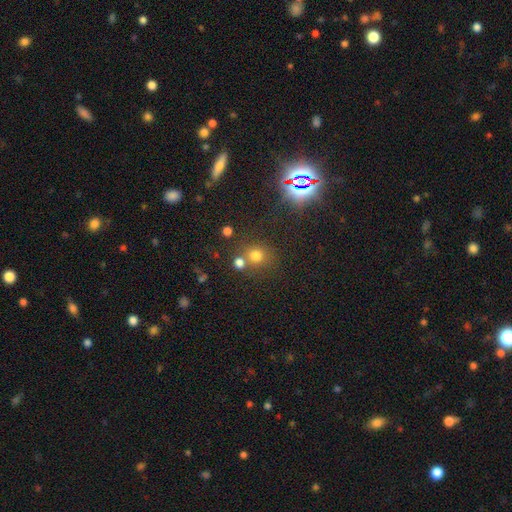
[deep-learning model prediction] Q: Smooth or featured?
A: smooth (71%); runner-up: star or artifact (21%)
Q: How rounded?
A: round (84%); runner-up: in between (15%)
Q: Merging?
A: none (61%); runner-up: merger (24%)